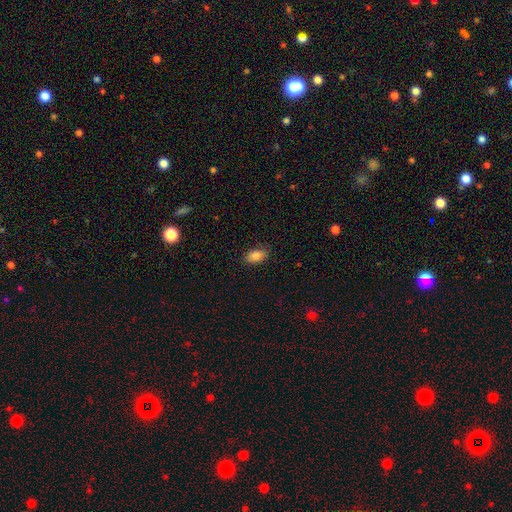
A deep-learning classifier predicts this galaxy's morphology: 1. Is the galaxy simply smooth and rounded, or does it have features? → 85% smooth, 8% star or artifact, 7% featured or disk.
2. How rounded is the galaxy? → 91% in between, 6% round, 3% cigar-shaped.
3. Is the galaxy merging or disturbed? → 85% none, 12% minor disturbance, 2% major disturbance, 1% merger.